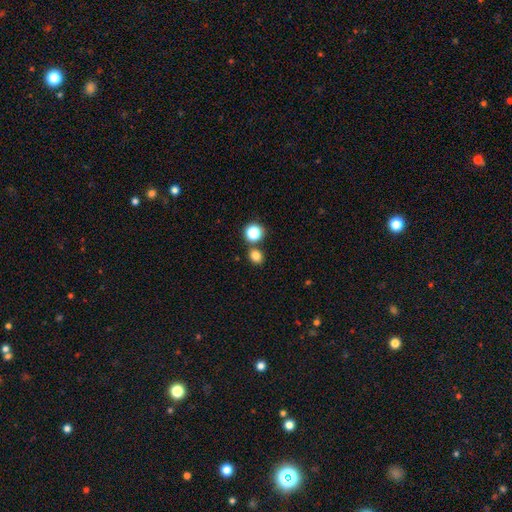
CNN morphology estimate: smooth_or_featured: smooth (p=0.80) [alt: star or artifact p=0.15]
how_rounded: round (p=0.71) [alt: in between p=0.28]
merging: none (p=0.75) [alt: merger p=0.14]